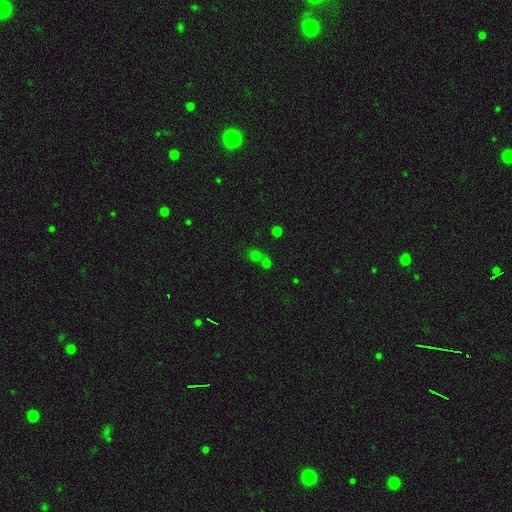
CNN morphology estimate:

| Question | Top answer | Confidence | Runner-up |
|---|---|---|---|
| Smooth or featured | smooth | 60% | star or artifact (32%) |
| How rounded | round | 81% | in between (18%) |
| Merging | none | 51% | merger (38%) |